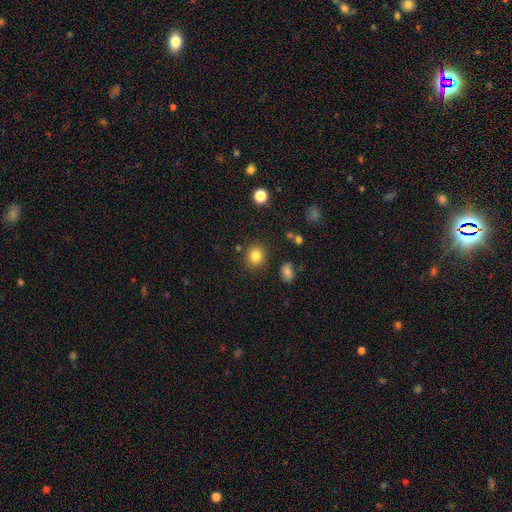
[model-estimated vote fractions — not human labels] This is clearly a smooth galaxy (83%). How rounded: likely round (77%). Merging: clearly none (85%).